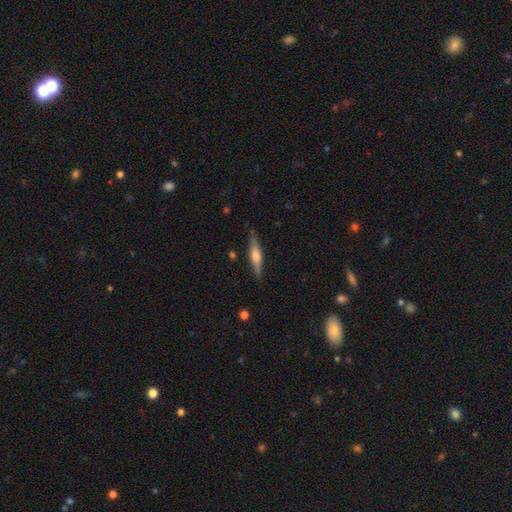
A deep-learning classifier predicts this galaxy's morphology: Smooth or featured? Predicted: featured or disk (p=0.54). Edge-on disk? Predicted: yes (p=0.95). Edge-on bulge? Predicted: rounded (p=0.79). Merging? Predicted: none (p=0.86).